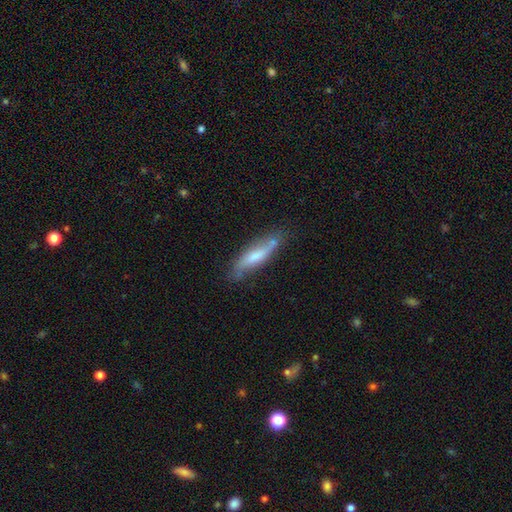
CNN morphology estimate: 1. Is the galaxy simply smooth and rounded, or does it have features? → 52% smooth, 41% featured or disk, 7% star or artifact.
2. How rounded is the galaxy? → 75% cigar-shaped, 23% in between, 2% round.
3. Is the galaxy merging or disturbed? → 63% none, 25% minor disturbance, 6% major disturbance, 6% merger.